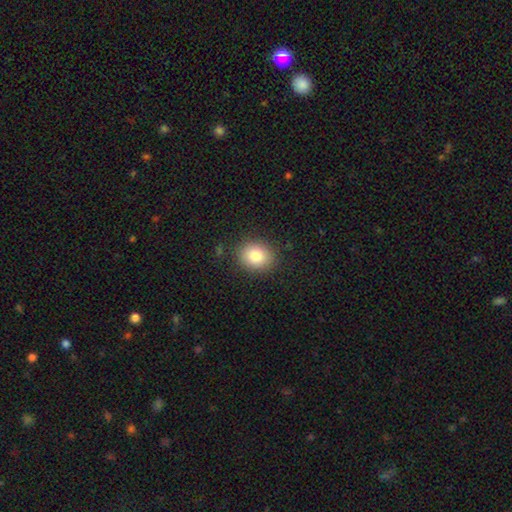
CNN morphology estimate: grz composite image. It shows a smooth galaxy with no disk features (82%) that is round (60%). Merging: none (87%).